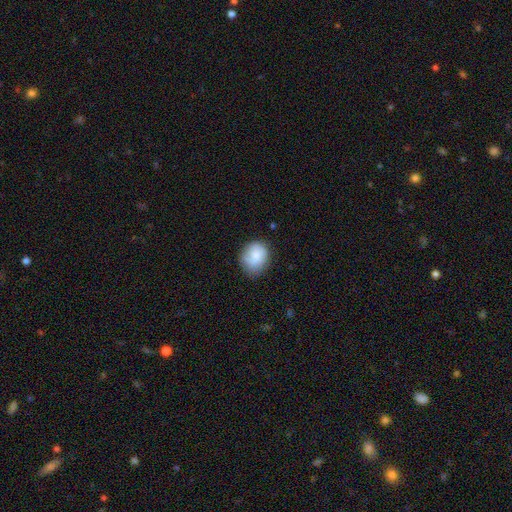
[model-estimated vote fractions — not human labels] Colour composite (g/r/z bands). It shows a smooth galaxy with no disk features (79%) that is round (61%). Merging: none (67%).